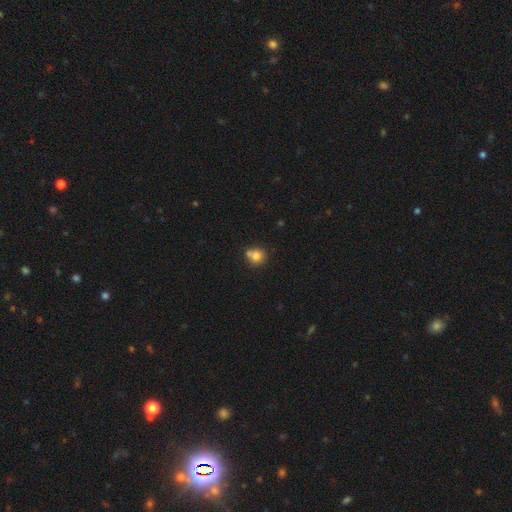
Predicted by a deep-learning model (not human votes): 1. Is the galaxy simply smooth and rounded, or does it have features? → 78% smooth, 11% star or artifact, 11% featured or disk.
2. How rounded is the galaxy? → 84% round, 15% in between, 1% cigar-shaped.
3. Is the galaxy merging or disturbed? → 54% none, 28% merger, 14% minor disturbance, 4% major disturbance.